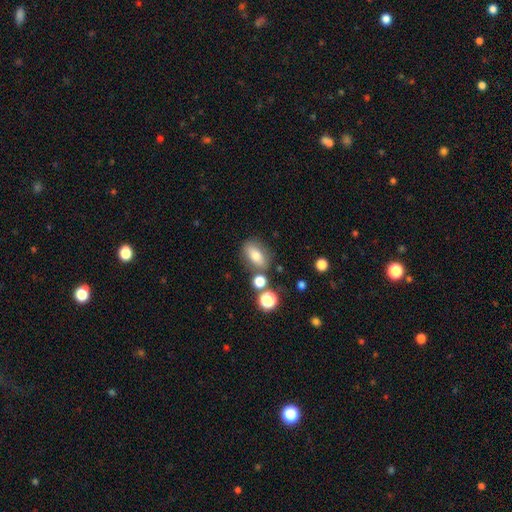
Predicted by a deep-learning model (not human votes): smooth-or-featured: smooth: 70% | featured or disk: 19% | star or artifact: 11%
  how-rounded: in between: 77% | round: 16% | cigar-shaped: 7%
  merging: none: 70% | minor disturbance: 14% | merger: 10% | major disturbance: 5%